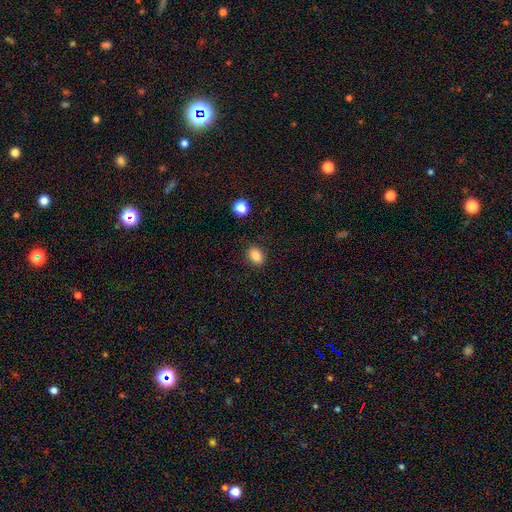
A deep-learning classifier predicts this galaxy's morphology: smooth_or_featured: smooth (p=0.86) [alt: star or artifact p=0.10]
how_rounded: in between (p=0.76) [alt: round p=0.22]
merging: none (p=0.87) [alt: minor disturbance p=0.09]